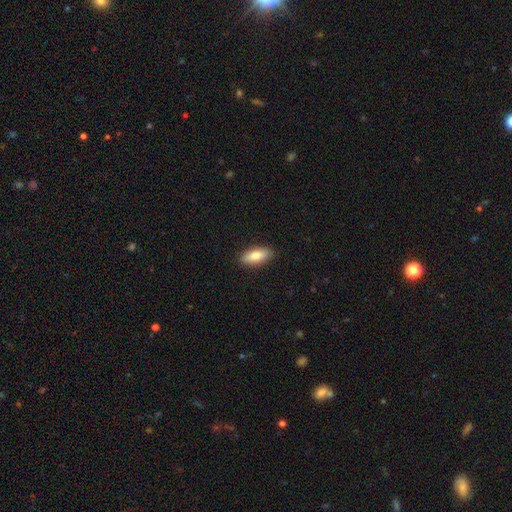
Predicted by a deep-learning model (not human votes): smooth 79%, featured or disk 15%, star or artifact 6%. Down the decision tree: how rounded — in between (79%); merging — none (89%).